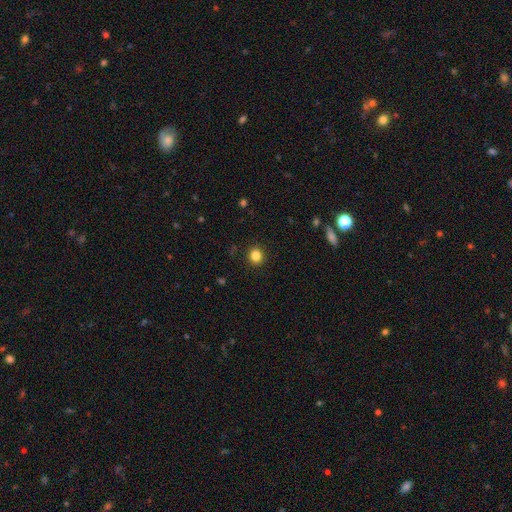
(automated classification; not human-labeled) Smooth or featured: smooth — 84% (star or artifact — 11%)
How rounded: round — 86% (in between — 13%)
Merging: none — 91% (minor disturbance — 6%)